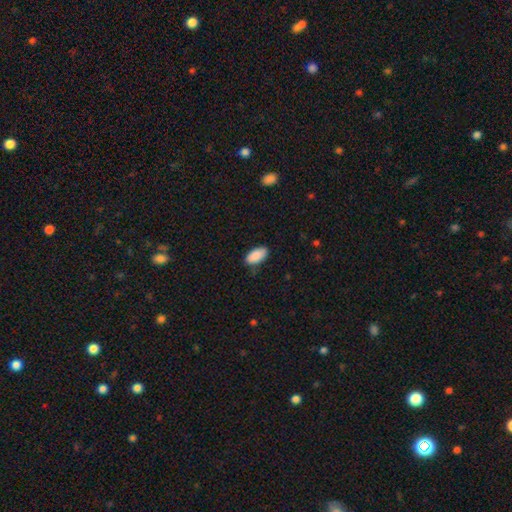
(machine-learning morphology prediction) A smooth galaxy with no disk features (90%) that is in between round and cigar-shaped (95%). Merging: none (81%).